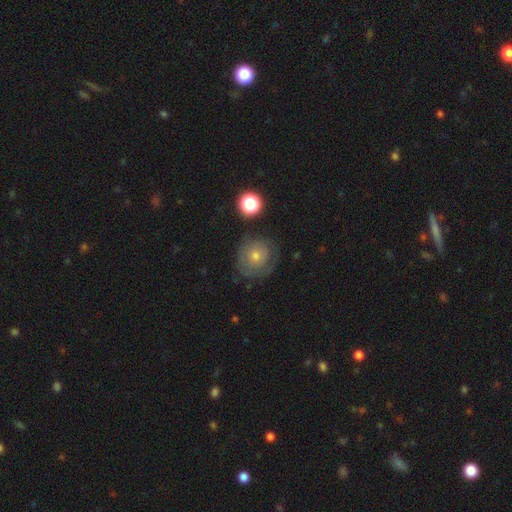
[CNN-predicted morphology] Overall: smooth (47%; featured or disk 39%). Merging: none (74%).